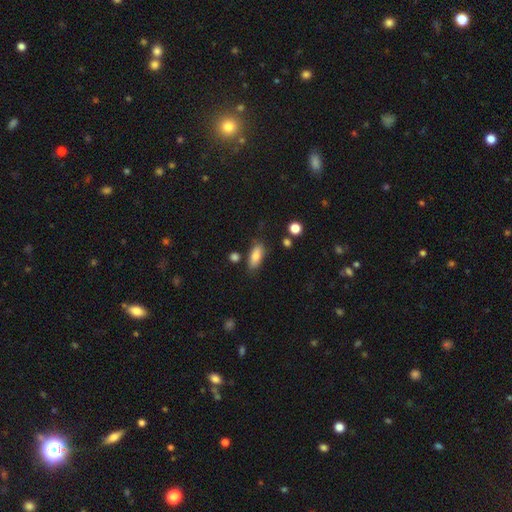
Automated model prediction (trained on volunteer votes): This is clearly a smooth galaxy (80%). How rounded: likely in between (79%). Merging: likely none (76%).